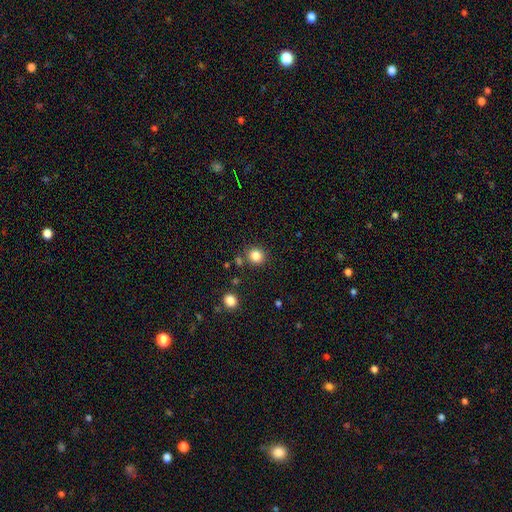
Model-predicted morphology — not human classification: Smooth or featured?
  - smooth: 84% *
  - star or artifact: 12%
  - featured or disk: 5%
How rounded?
  - round: 85% *
  - in between: 14%
  - cigar-shaped: 1%
Merging?
  - none: 83% *
  - minor disturbance: 8%
  - merger: 6%
  - major disturbance: 3%